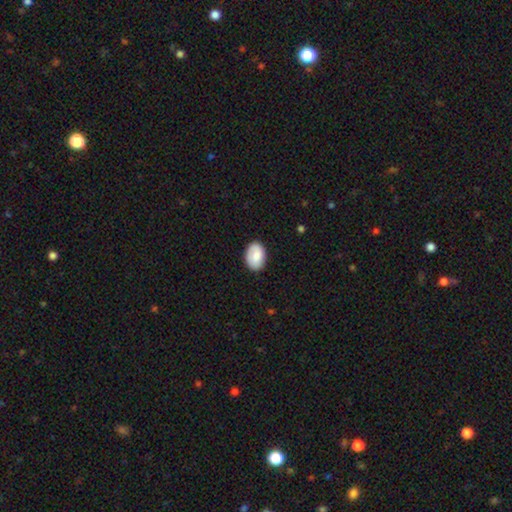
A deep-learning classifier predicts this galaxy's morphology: The model was most divided on "how rounded": in between: 83%, round: 16%, cigar-shaped: 1%. More confident: merging — none (84%); smooth or featured — smooth (82%).